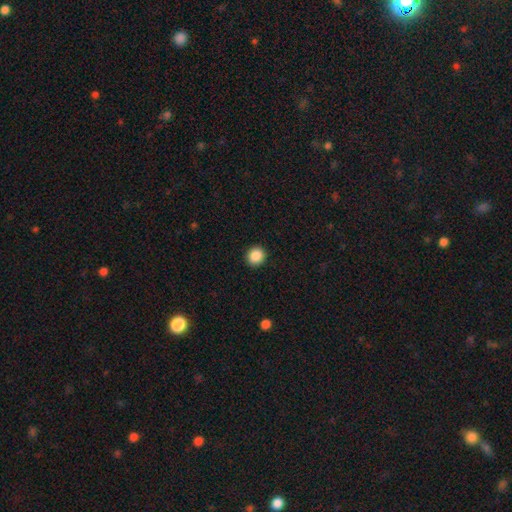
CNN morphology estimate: This appears to be a smooth galaxy with no disk features (88%) that is round (89%). Merging: none (92%).